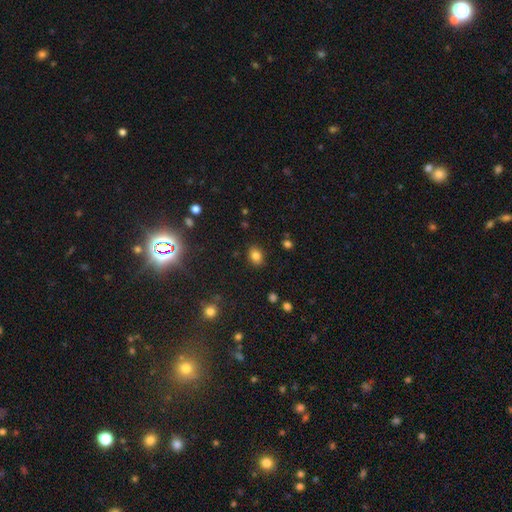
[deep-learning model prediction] A smooth galaxy with no disk features (81%) that is in between round and cigar-shaped (63%). Merging: none (85%).